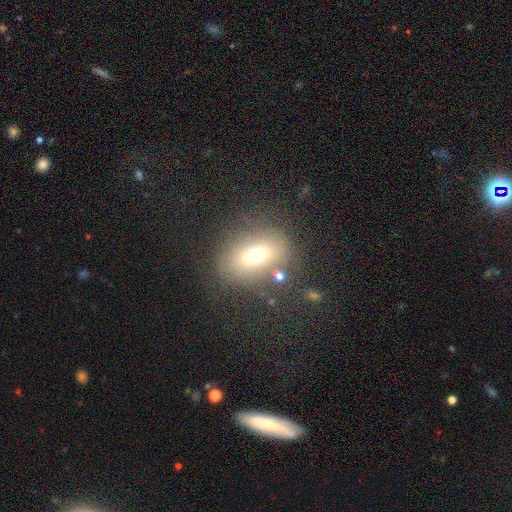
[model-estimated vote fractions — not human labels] This is likely a smooth galaxy (64%). How rounded: likely in between (73%). Merging: likely none (72%).